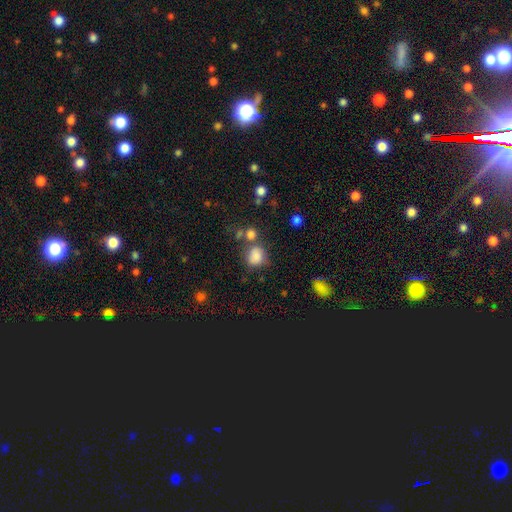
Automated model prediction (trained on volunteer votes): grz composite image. It shows a smooth galaxy with no disk features (82%) that is round (66%). Merging: none (57%).